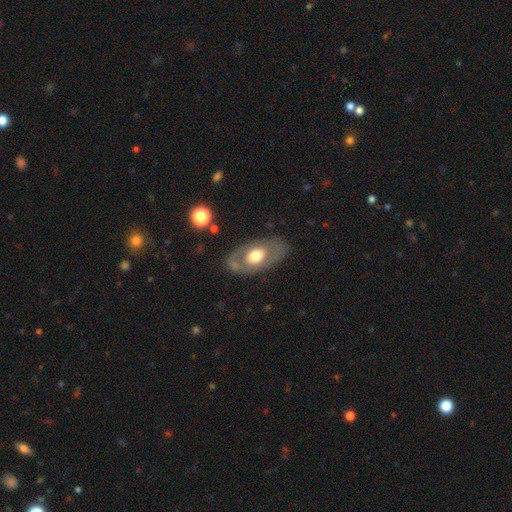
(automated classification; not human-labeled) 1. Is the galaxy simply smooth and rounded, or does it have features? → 50% featured or disk, 44% smooth, 6% star or artifact.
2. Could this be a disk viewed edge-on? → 87% no, 13% yes.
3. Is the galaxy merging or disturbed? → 78% none, 14% minor disturbance, 6% major disturbance, 2% merger.